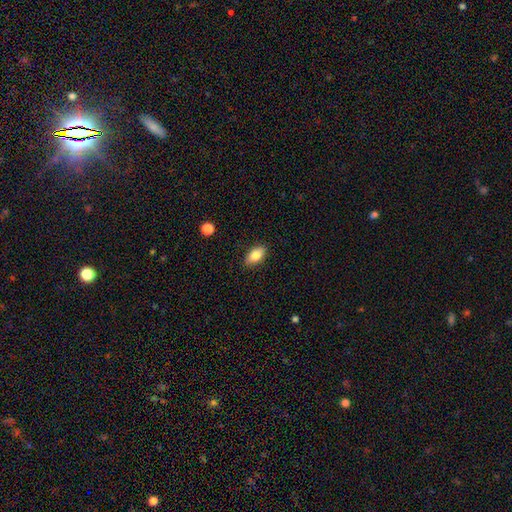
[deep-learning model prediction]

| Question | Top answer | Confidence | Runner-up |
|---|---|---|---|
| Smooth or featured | smooth | 83% | featured or disk (10%) |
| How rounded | in between | 90% | cigar-shaped (5%) |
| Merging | none | 88% | minor disturbance (9%) |